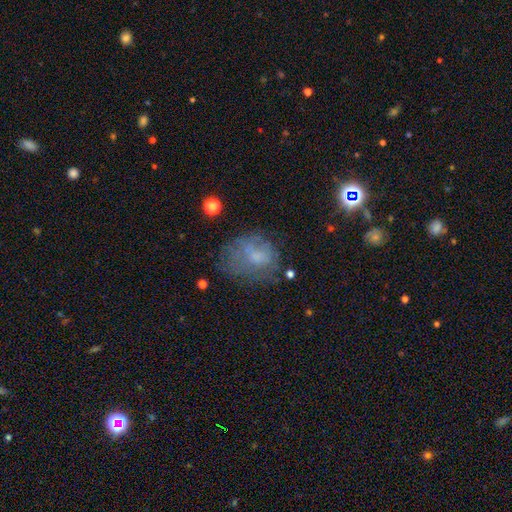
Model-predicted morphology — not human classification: Overall: smooth (51%; featured or disk 33%). How rounded: in between (55%; round 44%). Merging: none (47%; minor disturbance 26%).